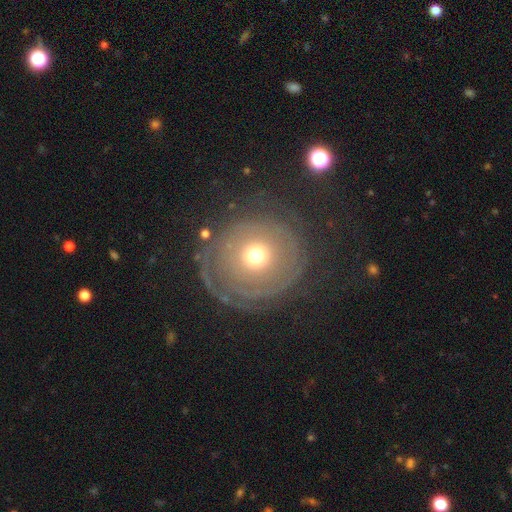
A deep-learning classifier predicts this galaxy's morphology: type=featured or disk (63%); edge-on=no (96%); bar=no (87%); spiral arms=yes (67%); bulge=moderate (51%); merging=none (66%).